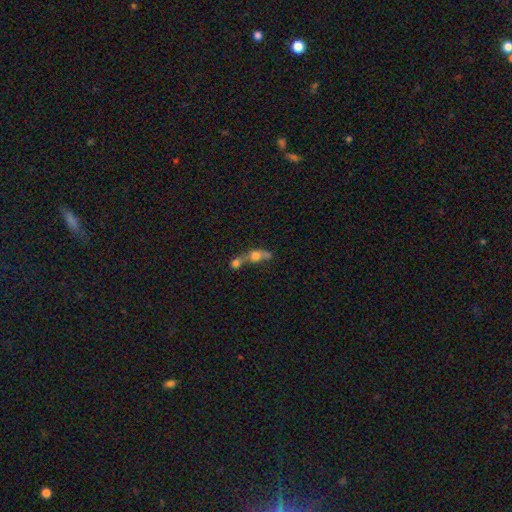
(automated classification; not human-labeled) This is likely a smooth galaxy (61%). How rounded: possibly round (47%). Merging: likely merger (73%).